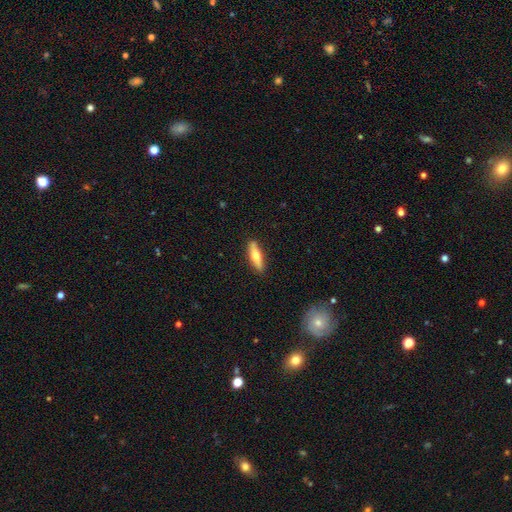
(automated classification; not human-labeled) A smooth galaxy with no disk features (56%) that is cigar-shaped (68%).

Vote fractions:
- Smooth or featured? smooth: 56% / featured or disk: 39% / star or artifact: 6%
- How rounded? cigar-shaped: 68% / in between: 30% / round: 2%
- Merging? none: 88% / minor disturbance: 9% / major disturbance: 2% / merger: 1%